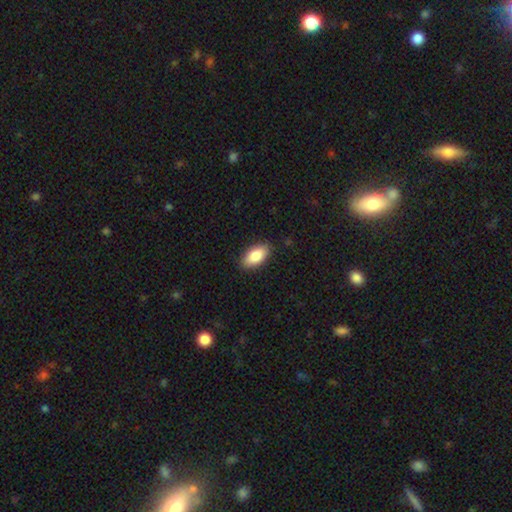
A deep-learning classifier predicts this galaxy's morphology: A smooth galaxy with no disk features (83%) that is in between round and cigar-shaped (90%). Merging: none (87%).